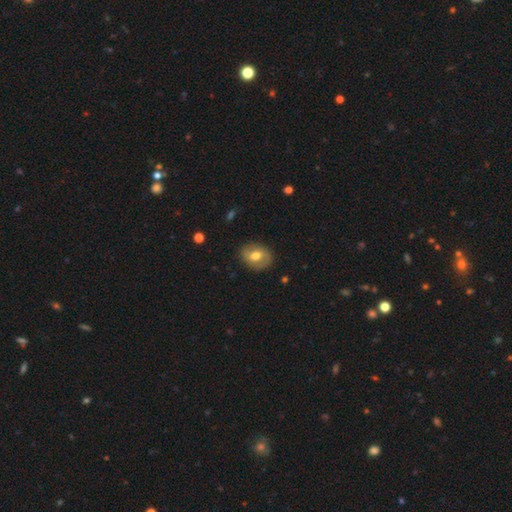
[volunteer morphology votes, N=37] smooth 70%, featured or disk 24%, star or artifact 5%. Down the decision tree: how rounded — round (65%); merging — none (74%).